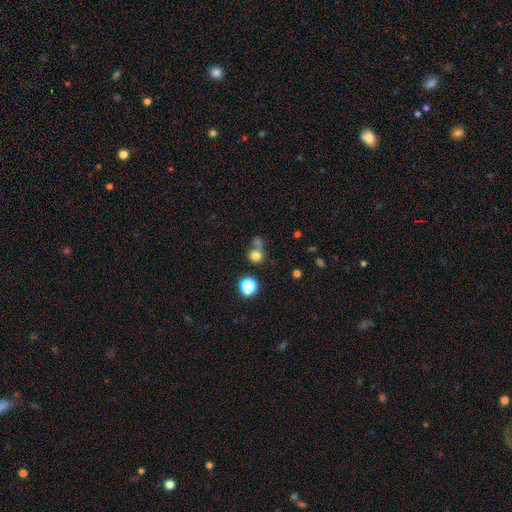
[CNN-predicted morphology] smooth-or-featured: smooth: 74% | star or artifact: 18% | featured or disk: 8%
  how-rounded: round: 85% | in between: 14% | cigar-shaped: 1%
  merging: none: 52% | merger: 33% | minor disturbance: 9% | major disturbance: 5%